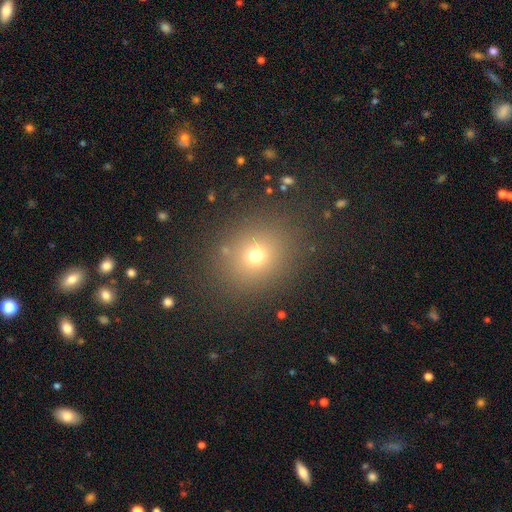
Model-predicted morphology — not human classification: Smooth or featured? Predicted: smooth (p=0.69). How rounded? Predicted: round (p=0.71). Merging? Predicted: none (p=0.85).